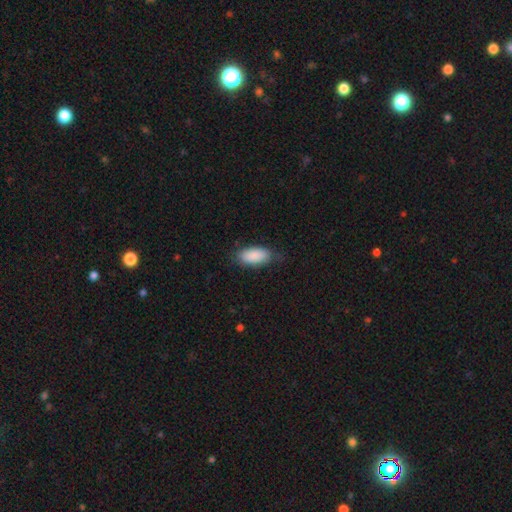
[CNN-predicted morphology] A smooth galaxy with no disk features (89%) that is in between round and cigar-shaped (90%). Merging: none (74%).